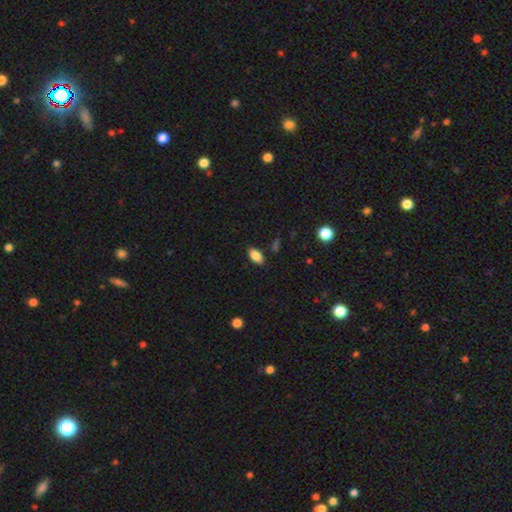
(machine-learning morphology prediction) Smooth or featured? Predicted: smooth (p=0.86). How rounded? Predicted: in between (p=0.91). Merging? Predicted: none (p=0.85).